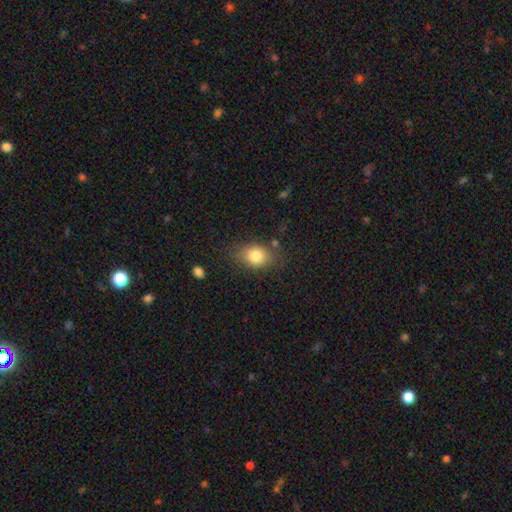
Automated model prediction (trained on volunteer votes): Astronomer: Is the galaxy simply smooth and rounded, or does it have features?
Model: smooth — 82%.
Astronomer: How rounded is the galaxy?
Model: in between — 58% (runner-up: round, 40%).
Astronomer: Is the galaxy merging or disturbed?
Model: none — 72%.